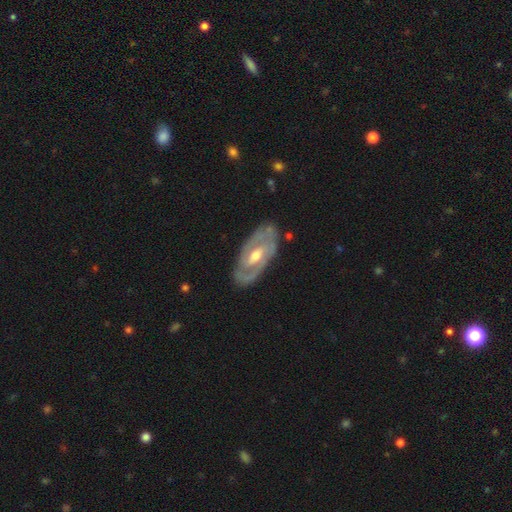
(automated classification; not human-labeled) This is clearly a featured or disk galaxy (84%). It is clearly not viewed edge-on (93%). Bar: possibly weak (47%). Spiral arm pattern: clearly yes (87%). Spiral arm count: likely 2 (76%). Spiral winding: possibly tight (51%). Central bulge: likely moderate (65%). Merging: likely none (80%).